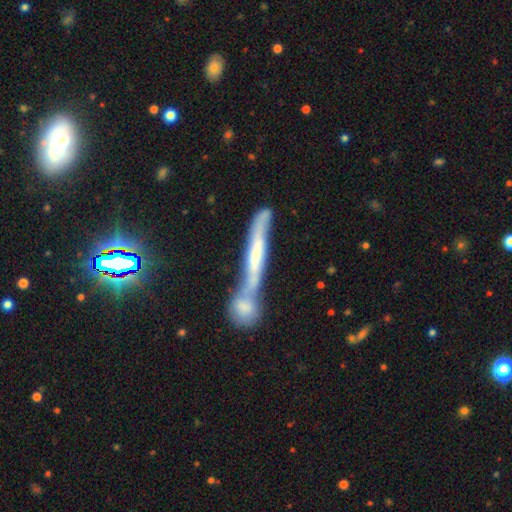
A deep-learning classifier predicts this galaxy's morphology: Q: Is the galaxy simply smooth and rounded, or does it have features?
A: featured or disk — 54%.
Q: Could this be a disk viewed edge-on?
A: yes — 74%.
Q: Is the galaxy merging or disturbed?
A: merger — 46%.